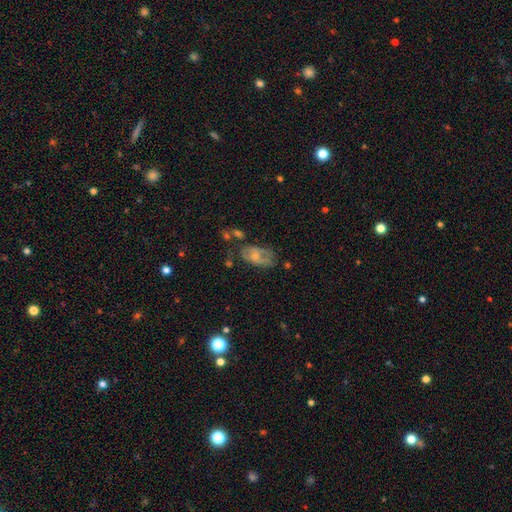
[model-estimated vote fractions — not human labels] This is possibly a featured or disk galaxy (46%). Merging: marginally none (43%).